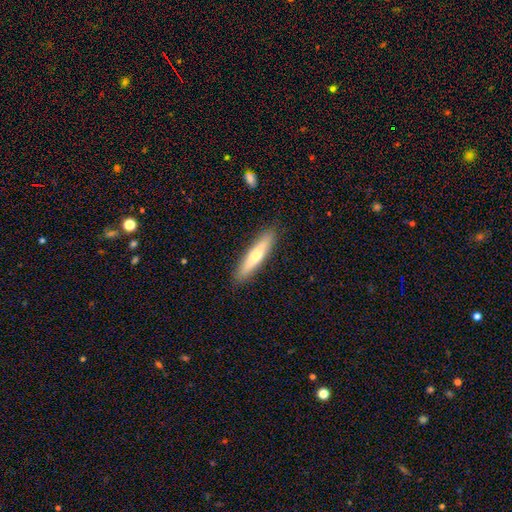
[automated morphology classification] type=smooth (60%); roundness=cigar-shaped (86%); merging=none (89%).